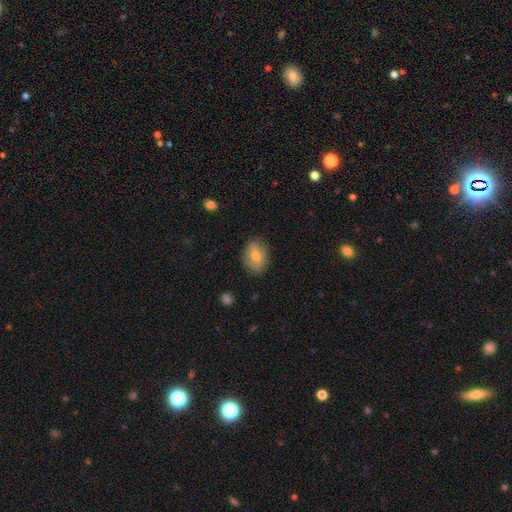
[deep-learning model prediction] A smooth galaxy with no disk features (69%) that is in between round and cigar-shaped (70%).

Vote fractions:
- Smooth or featured? smooth: 69% / featured or disk: 22% / star or artifact: 9%
- How rounded? in between: 70% / round: 28% / cigar-shaped: 2%
- Merging? none: 82% / minor disturbance: 14% / major disturbance: 3% / merger: 1%